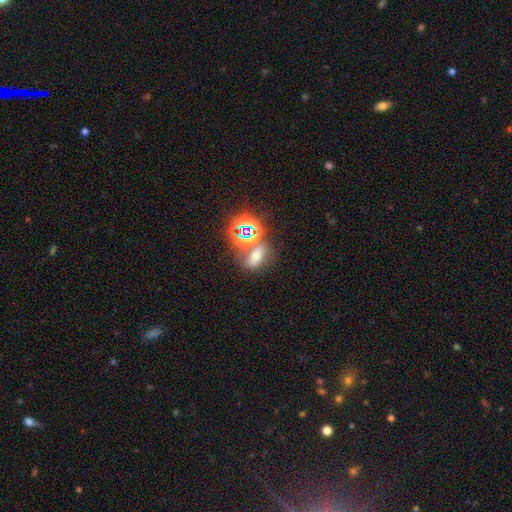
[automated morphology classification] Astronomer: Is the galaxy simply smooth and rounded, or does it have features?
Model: smooth — 46% (runner-up: star or artifact, 35%).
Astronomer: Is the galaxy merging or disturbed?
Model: none — 58%.